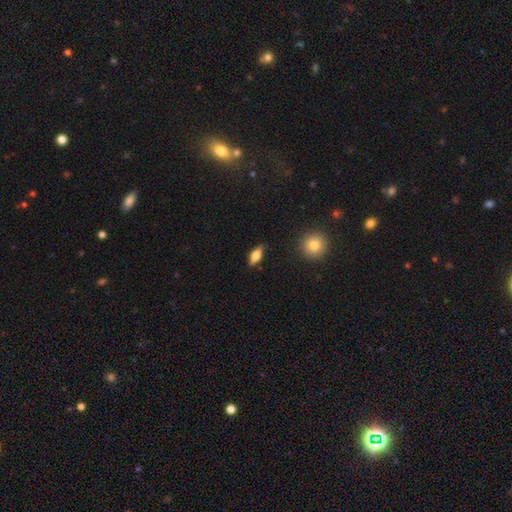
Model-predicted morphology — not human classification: Smooth or featured?
  - smooth: 69% *
  - featured or disk: 24%
  - star or artifact: 7%
How rounded?
  - in between: 78% *
  - cigar-shaped: 18%
  - round: 5%
Merging?
  - none: 81% *
  - minor disturbance: 14%
  - major disturbance: 3%
  - merger: 2%